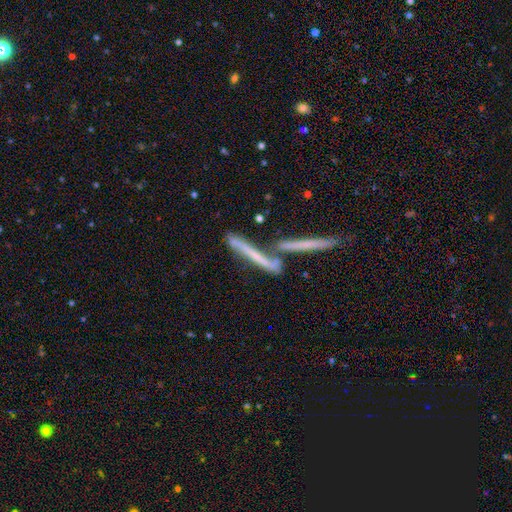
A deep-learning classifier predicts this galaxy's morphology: Smooth or featured? featured or disk (54%)
Edge-on disk? yes (86%)
Merging? none (48%)